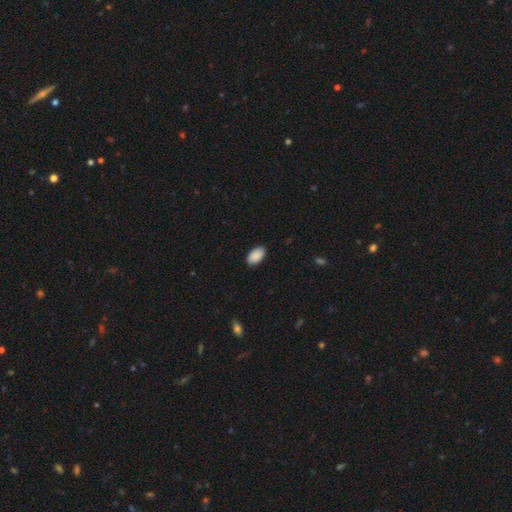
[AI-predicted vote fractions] smooth-or-featured: smooth: 90% | star or artifact: 7% | featured or disk: 4%
  how-rounded: in between: 95% | round: 3% | cigar-shaped: 1%
  merging: none: 88% | minor disturbance: 10% | major disturbance: 2% | merger: 1%